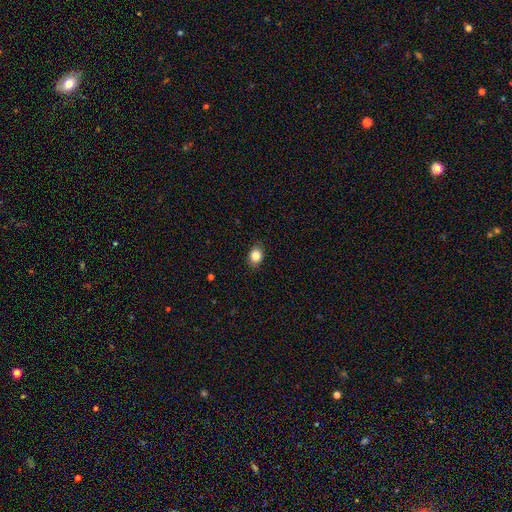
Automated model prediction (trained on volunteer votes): Smooth or featured? Predicted: smooth (p=0.85). How rounded? Predicted: in between (p=0.54). Merging? Predicted: none (p=0.87).